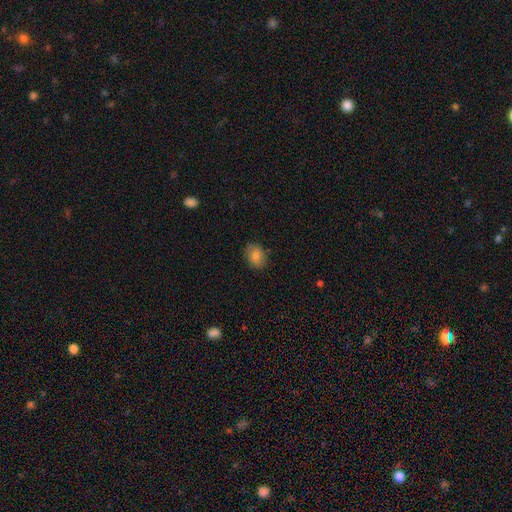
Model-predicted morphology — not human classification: This appears to be a smooth galaxy with no disk features (79%) that is in between round and cigar-shaped (66%). Merging: none (83%).